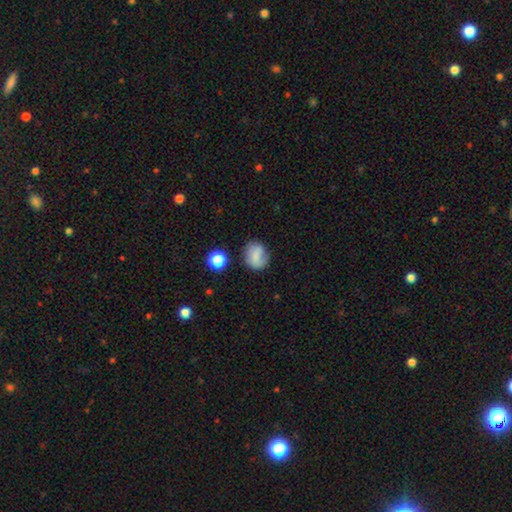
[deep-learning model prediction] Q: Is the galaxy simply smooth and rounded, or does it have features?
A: smooth — 70%.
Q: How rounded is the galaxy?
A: round — 70%.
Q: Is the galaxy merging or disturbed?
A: none — 70%.